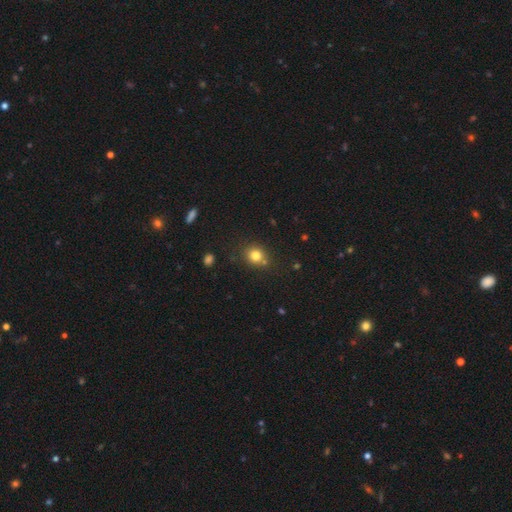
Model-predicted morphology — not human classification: Q: Smooth or featured?
A: smooth (79%); runner-up: star or artifact (13%)
Q: How rounded?
A: round (81%); runner-up: in between (19%)
Q: Merging?
A: none (73%); runner-up: minor disturbance (12%)